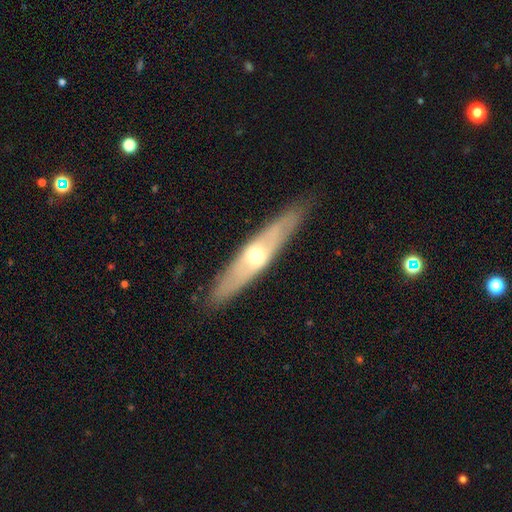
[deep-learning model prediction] A featured or disk galaxy (60%) viewed edge-on (65%). Merging: none (87%).